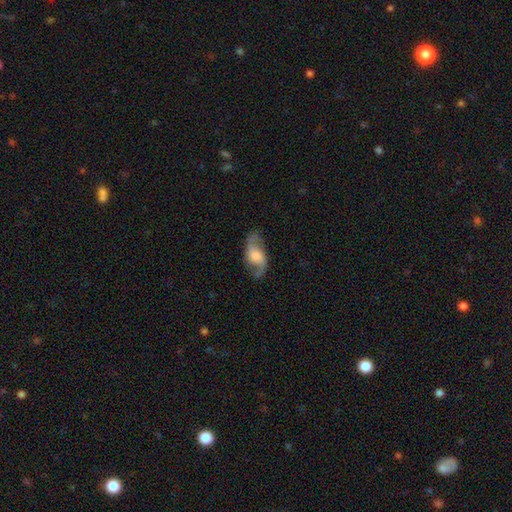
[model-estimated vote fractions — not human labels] featured or disk 73%, smooth 20%, star or artifact 7%. Down the decision tree: edge-on disk — no (93%); bar — no (51%); spiral arms — yes (91%); spiral arm count — 2 (91%); spiral winding — loose (56%); bulge size — large (36%); merging — none (76%).